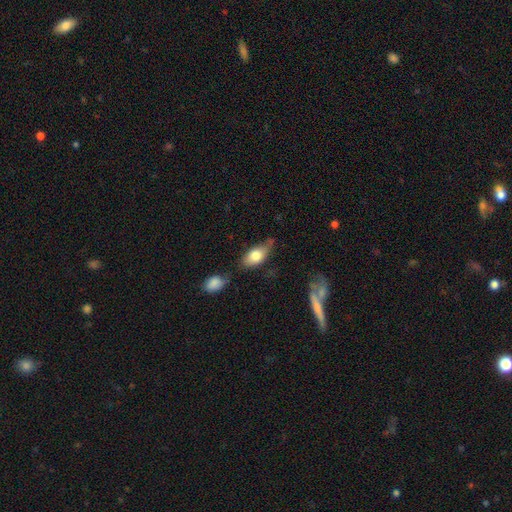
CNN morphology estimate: smooth_or_featured: smooth (p=0.76) [alt: featured or disk p=0.18]
how_rounded: in between (p=0.88) [alt: cigar-shaped p=0.06]
merging: none (p=0.54) [alt: minor disturbance p=0.27]